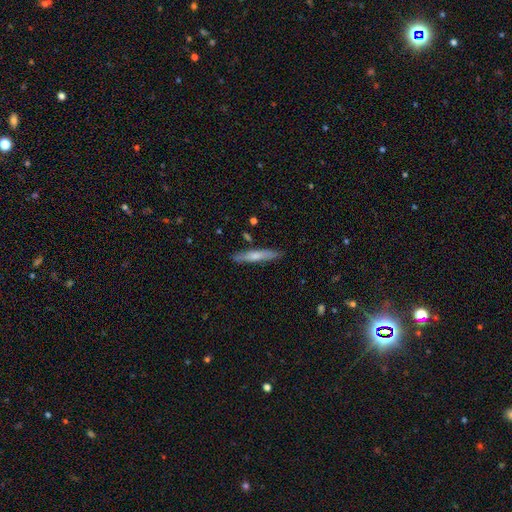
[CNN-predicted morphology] The model was most divided on "smooth or featured": smooth: 62%, featured or disk: 32%, star or artifact: 6%. More confident: how rounded — cigar-shaped (92%); merging — none (85%).